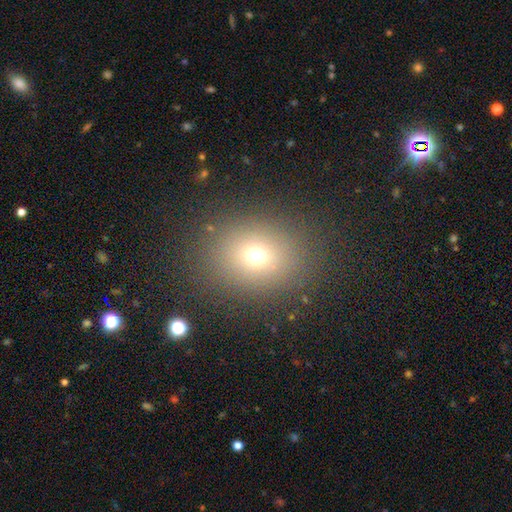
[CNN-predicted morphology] Smooth or featured: smooth — 69% (star or artifact — 19%)
How rounded: round — 56% (in between — 43%)
Merging: none — 85% (minor disturbance — 8%)